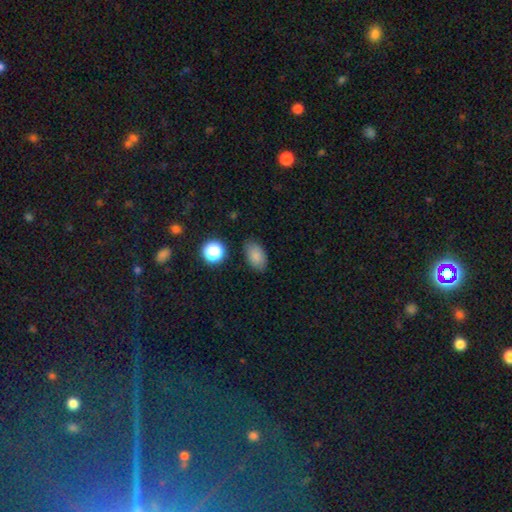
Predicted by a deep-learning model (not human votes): A smooth galaxy with no disk features (83%) that is in between round and cigar-shaped (89%).

Vote fractions:
- Smooth or featured? smooth: 83% / star or artifact: 11% / featured or disk: 7%
- How rounded? in between: 89% / round: 9% / cigar-shaped: 2%
- Merging? none: 82% / minor disturbance: 12% / major disturbance: 3% / merger: 2%